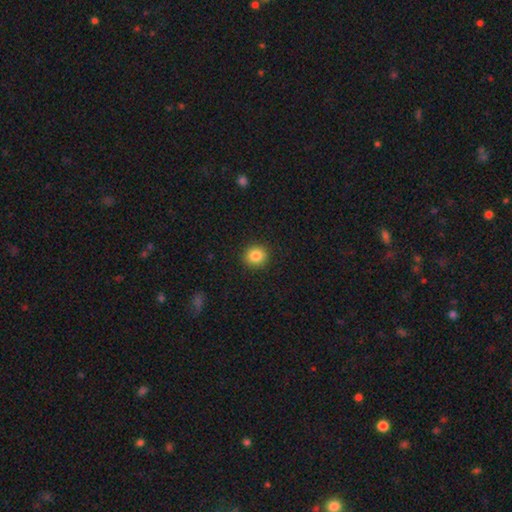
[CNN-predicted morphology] type=smooth (85%); roundness=round (86%); merging=none (92%).